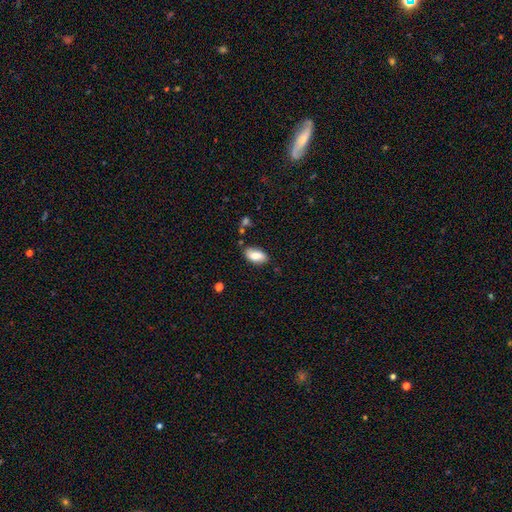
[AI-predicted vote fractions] A smooth galaxy with no disk features (81%) that is in between round and cigar-shaped (93%).

Vote fractions:
- Smooth or featured? smooth: 81% / featured or disk: 12% / star or artifact: 7%
- How rounded? in between: 93% / cigar-shaped: 4% / round: 3%
- Merging? none: 75% / minor disturbance: 18% / major disturbance: 3% / merger: 3%